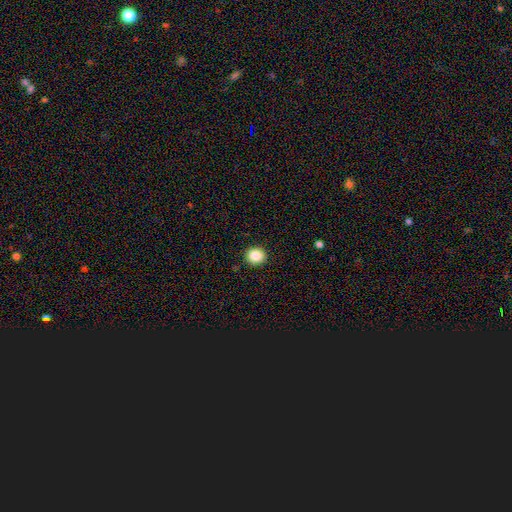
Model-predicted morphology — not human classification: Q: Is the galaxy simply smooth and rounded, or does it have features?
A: smooth — 87%.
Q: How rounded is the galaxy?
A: round — 89%.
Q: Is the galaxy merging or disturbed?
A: none — 92%.